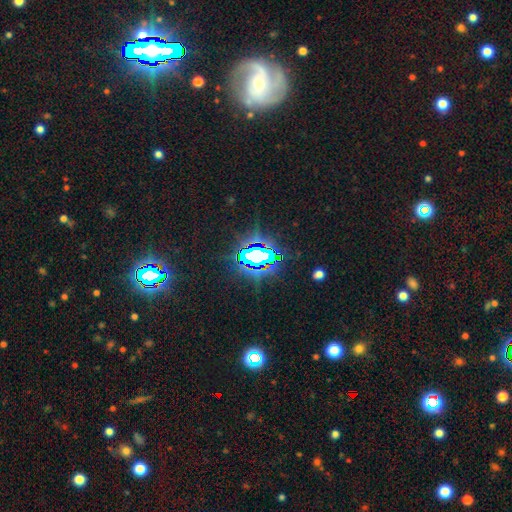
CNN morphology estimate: The model was most divided on "smooth or featured": star or artifact: 76%, smooth: 13%, featured or disk: 11%.